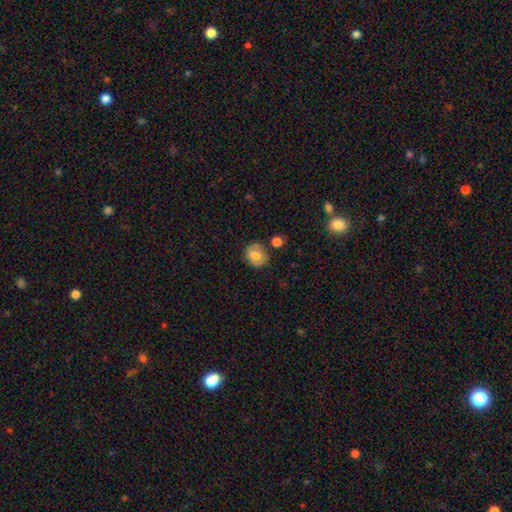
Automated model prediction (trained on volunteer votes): This is likely a smooth galaxy (65%). How rounded: possibly round (59%). Merging: likely none (70%).